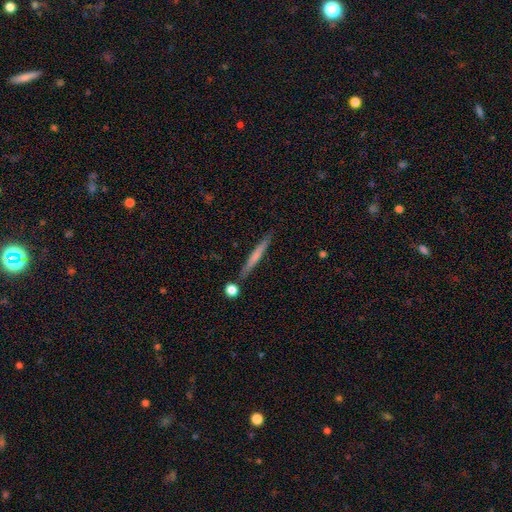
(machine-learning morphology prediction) Smooth or featured: smooth — 55% (featured or disk — 39%)
How rounded: cigar-shaped — 96% (in between — 3%)
Merging: none — 84% (minor disturbance — 10%)